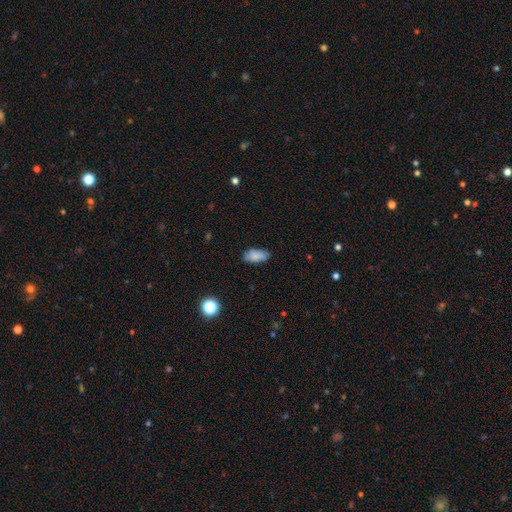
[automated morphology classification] type=smooth (81%); roundness=in between (91%); merging=none (76%).